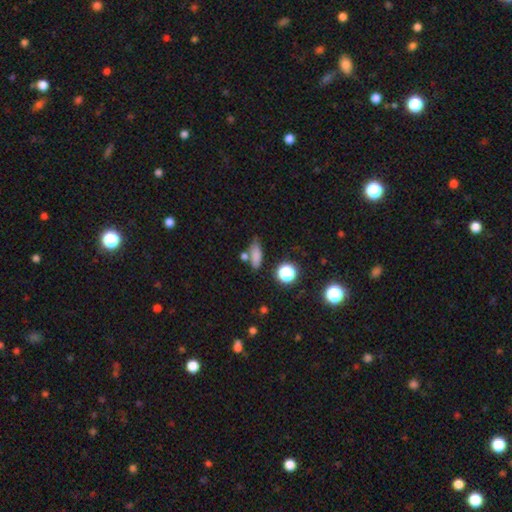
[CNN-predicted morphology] smooth-or-featured: smooth: 77% | star or artifact: 14% | featured or disk: 9%
  how-rounded: in between: 61% | cigar-shaped: 30% | round: 10%
  merging: none: 63% | merger: 16% | minor disturbance: 16% | major disturbance: 5%